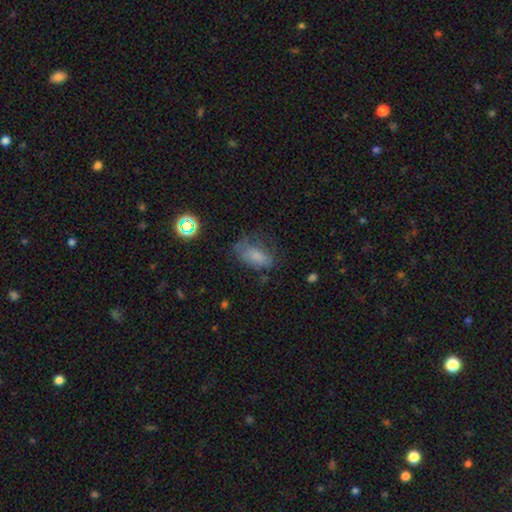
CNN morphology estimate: Smooth or featured?
  - smooth: 68% *
  - featured or disk: 18%
  - star or artifact: 14%
How rounded?
  - in between: 87% *
  - round: 7%
  - cigar-shaped: 6%
Merging?
  - none: 46% *
  - minor disturbance: 30%
  - major disturbance: 21%
  - merger: 3%